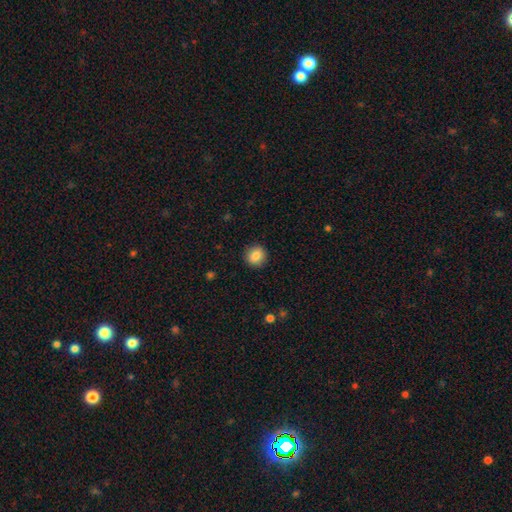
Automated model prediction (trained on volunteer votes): The model was most divided on "smooth or featured": smooth: 85%, star or artifact: 9%, featured or disk: 6%. More confident: merging — none (92%); how rounded — round (91%).